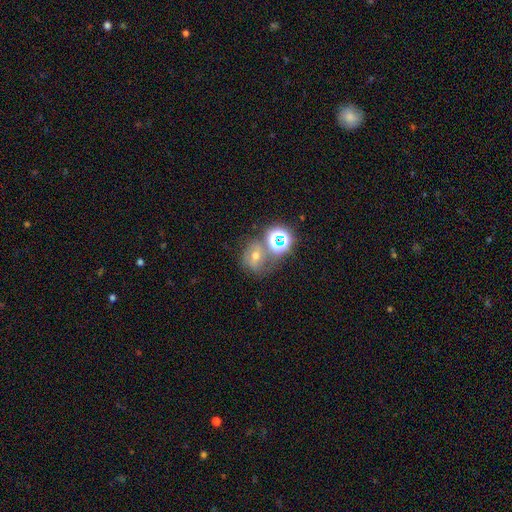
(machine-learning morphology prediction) Overall: star or artifact (35%, tied with smooth).